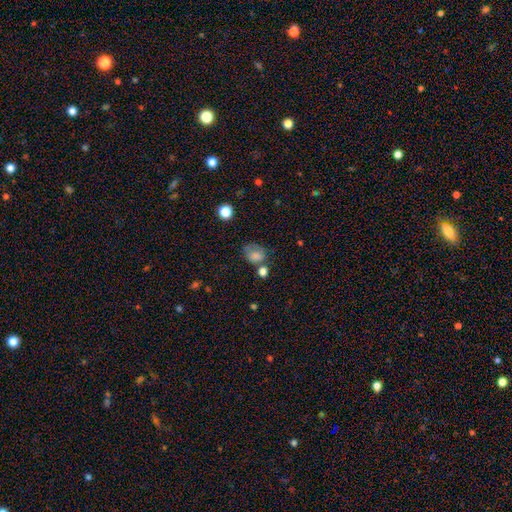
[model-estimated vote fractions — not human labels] smooth_or_featured: smooth (p=0.75) [alt: featured or disk p=0.13]
how_rounded: in between (p=0.53) [alt: round p=0.46]
merging: none (p=0.40) [alt: minor disturbance p=0.26]